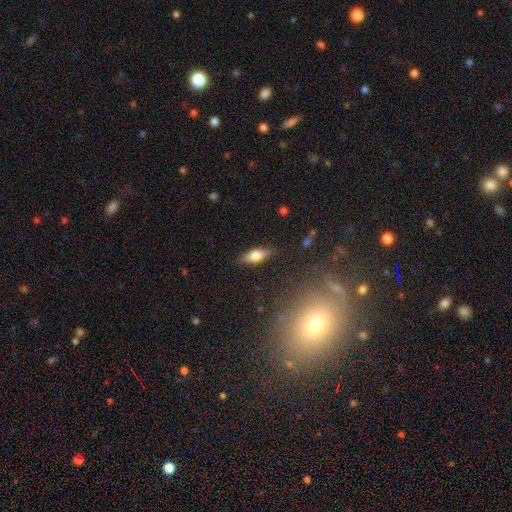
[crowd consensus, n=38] This is likely a smooth galaxy (68%). How rounded: likely in between (77%). Merging: clearly none (81%).